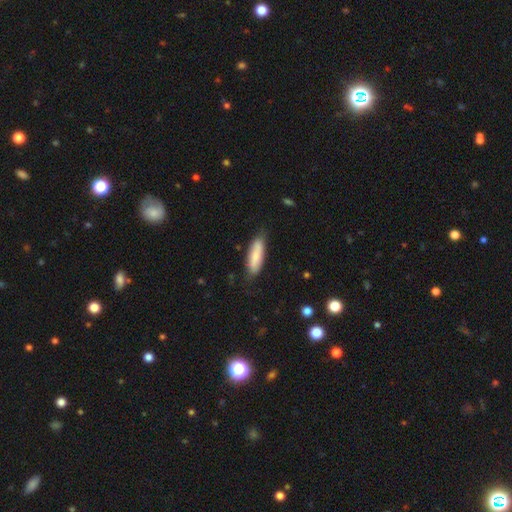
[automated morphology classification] This appears to be a smooth galaxy with no disk features (78%) that is in between round and cigar-shaped (54%). Merging: none (74%).